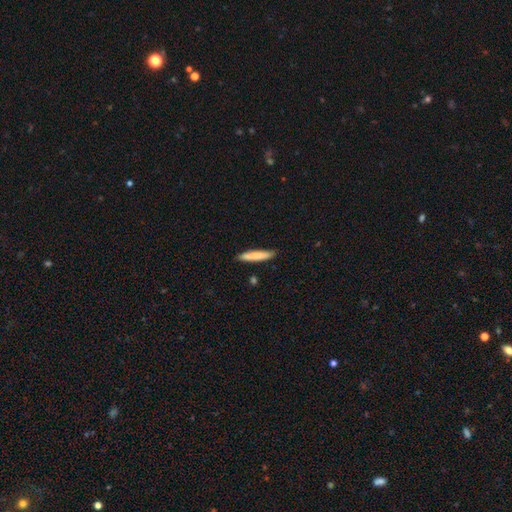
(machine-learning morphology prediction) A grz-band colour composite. It shows a smooth galaxy with no disk features (80%) that is cigar-shaped (91%). Merging: none (87%).